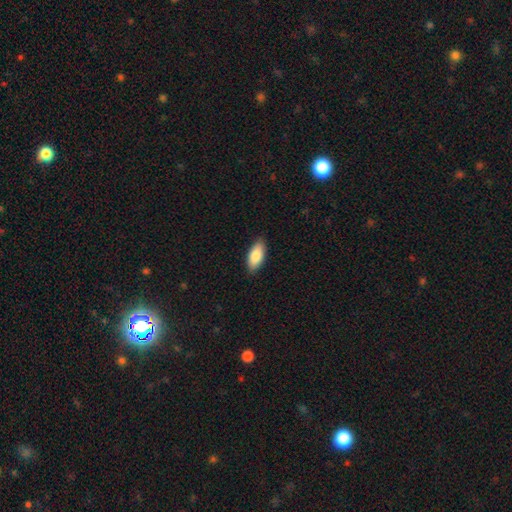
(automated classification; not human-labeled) Smooth or featured? Predicted: smooth (p=0.86). How rounded? Predicted: in between (p=0.88). Merging? Predicted: none (p=0.87).